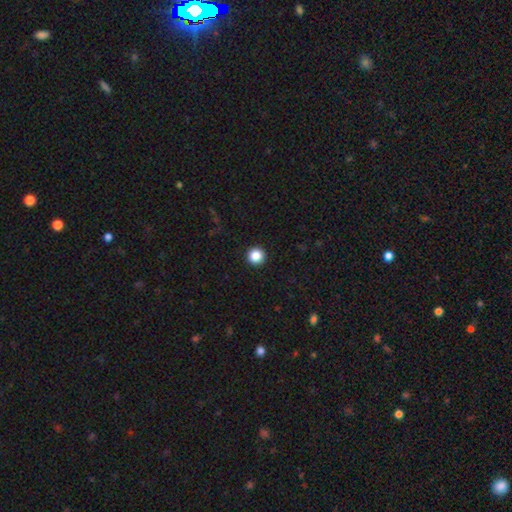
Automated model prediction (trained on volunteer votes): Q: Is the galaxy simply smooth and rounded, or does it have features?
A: smooth — 86%.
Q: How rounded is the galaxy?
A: round — 96%.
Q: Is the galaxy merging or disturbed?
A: none — 94%.